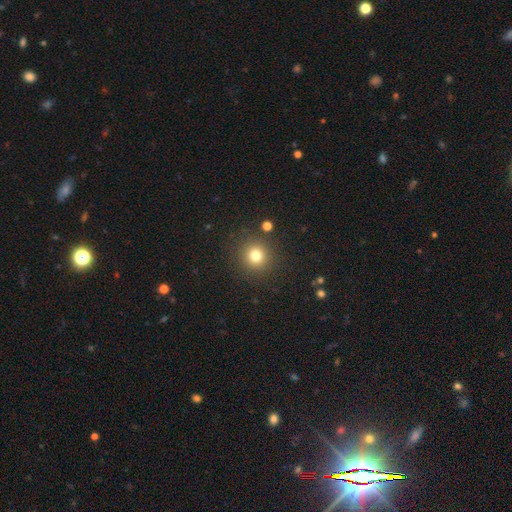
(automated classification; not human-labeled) This is likely a smooth galaxy (78%). How rounded: clearly round (93%). Merging: clearly none (89%).